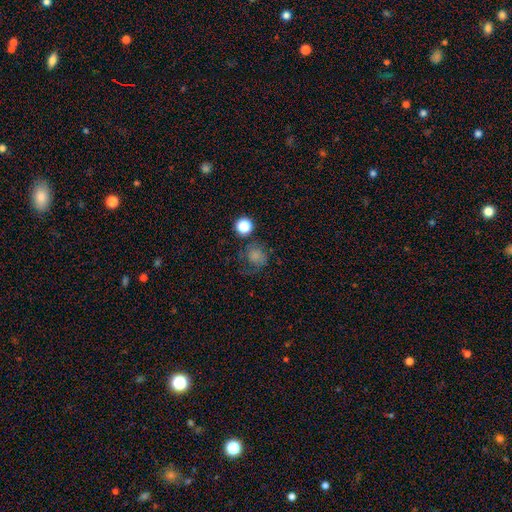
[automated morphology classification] Smooth or featured: smooth — 73% (star or artifact — 16%)
How rounded: round — 83% (in between — 16%)
Merging: none — 54% (minor disturbance — 22%)